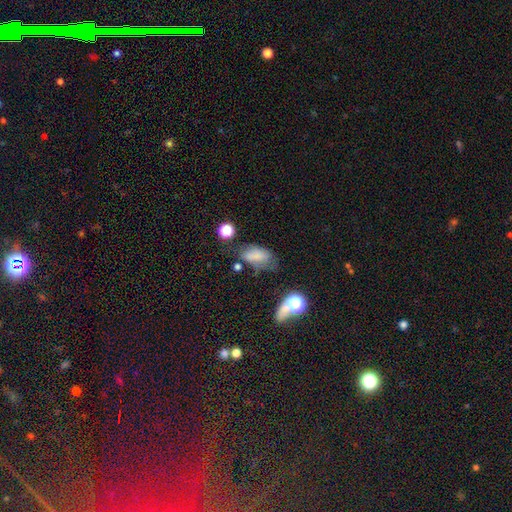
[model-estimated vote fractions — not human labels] A smooth galaxy with no disk features (67%) that is in between round and cigar-shaped (88%). Merging: none (37%).